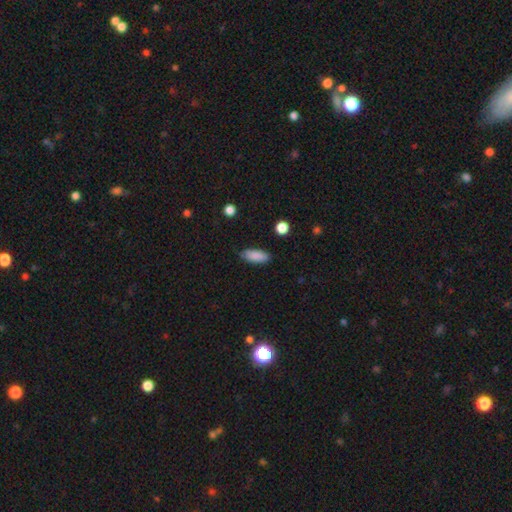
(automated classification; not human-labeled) A smooth galaxy with no disk features (88%) that is in between round and cigar-shaped (77%). Merging: none (83%).